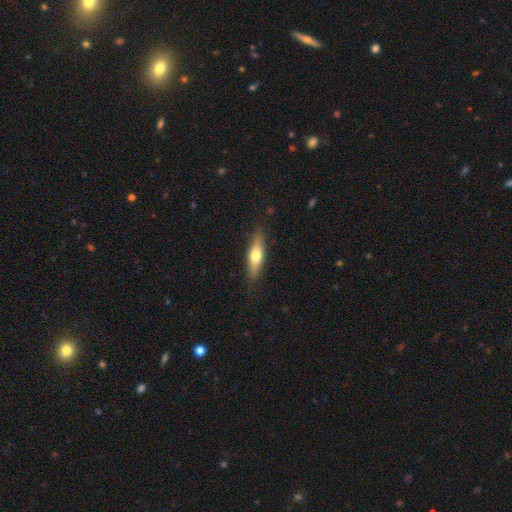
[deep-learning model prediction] smooth-or-featured: smooth: 59% | featured or disk: 35% | star or artifact: 6%
  how-rounded: cigar-shaped: 55% | in between: 43% | round: 3%
  merging: none: 85% | minor disturbance: 11% | major disturbance: 3% | merger: 1%